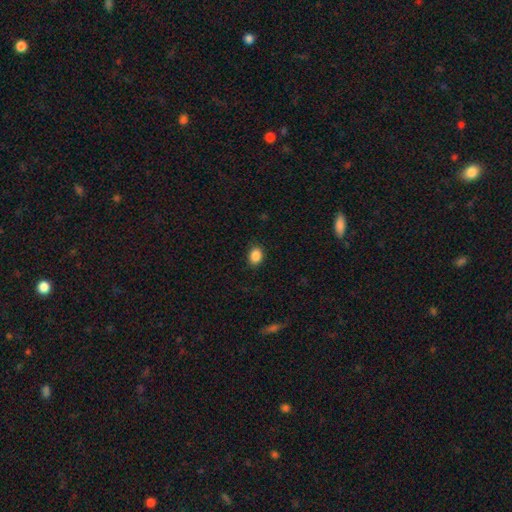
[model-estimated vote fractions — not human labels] Q: Smooth or featured?
A: smooth (88%); runner-up: star or artifact (9%)
Q: How rounded?
A: in between (59%); runner-up: round (40%)
Q: Merging?
A: none (88%); runner-up: minor disturbance (9%)